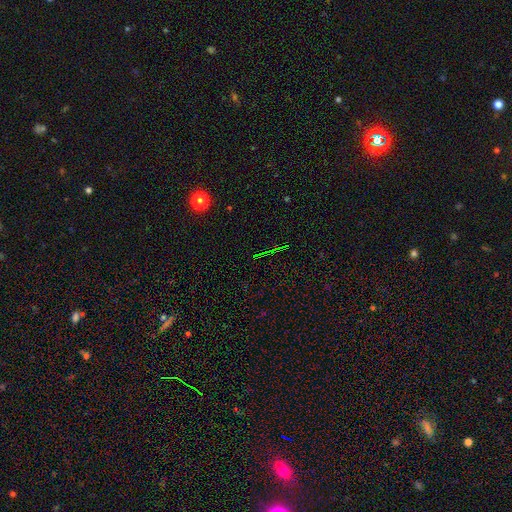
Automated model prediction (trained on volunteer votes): Smooth or featured? Predicted: star or artifact (p=0.75).